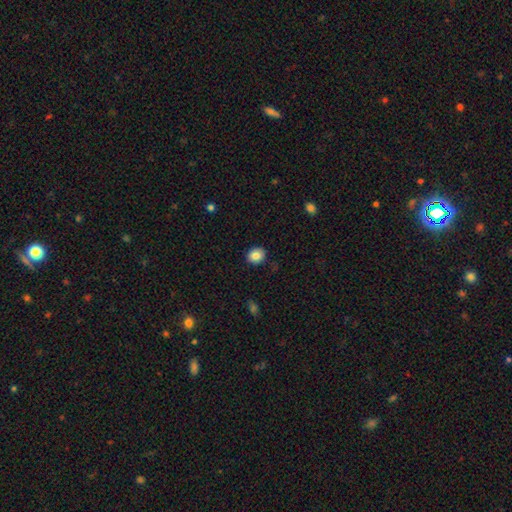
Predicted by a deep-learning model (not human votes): Morphology: type=smooth (83%); roundness=round (66%); merging=none (88%).